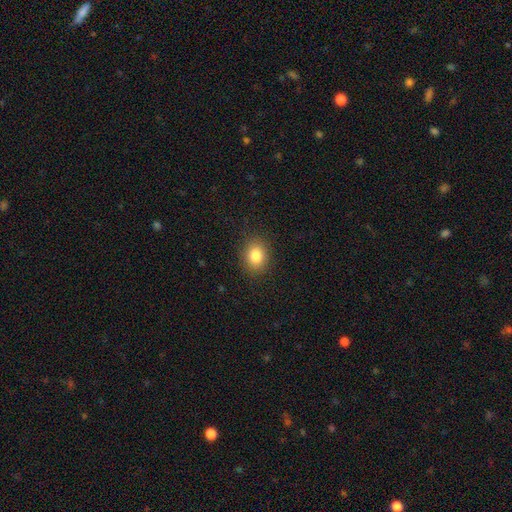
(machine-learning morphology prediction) This is clearly a smooth galaxy (84%). How rounded: possibly round (50%). Merging: clearly none (88%).